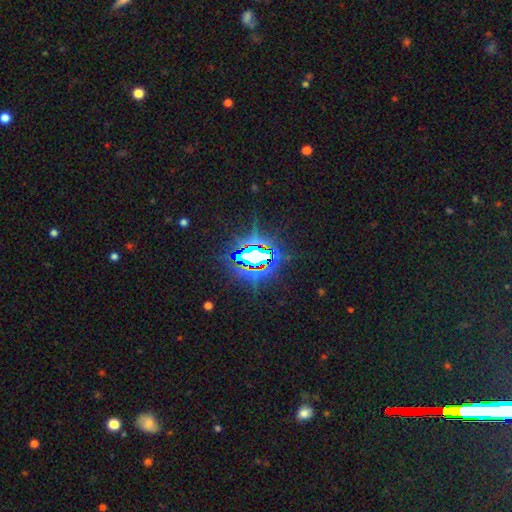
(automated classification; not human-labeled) A star or artifact, not a galaxy (80%).

Vote fractions:
- Smooth or featured? star or artifact: 80% / featured or disk: 10% / smooth: 10%